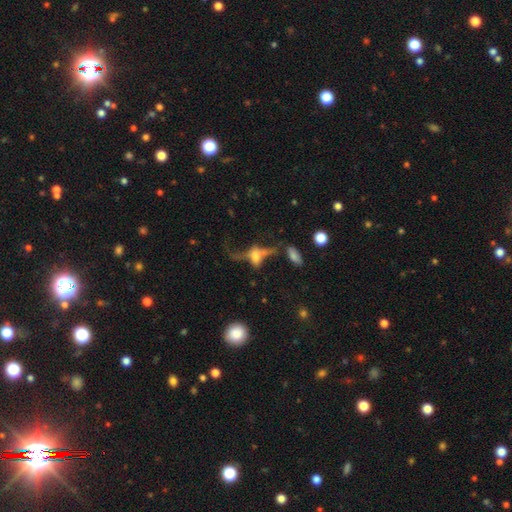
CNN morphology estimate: smooth-or-featured: featured or disk: 58% | smooth: 27% | star or artifact: 15%
  disk-edge-on: yes: 51% | no: 49%
  merging: none: 35% | major disturbance: 33% | merger: 17% | minor disturbance: 15%